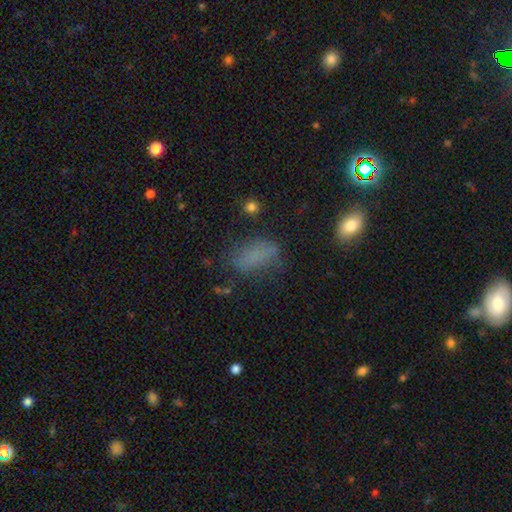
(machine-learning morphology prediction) This is likely a smooth galaxy (66%). How rounded: clearly in between (80%). Merging: possibly none (54%).